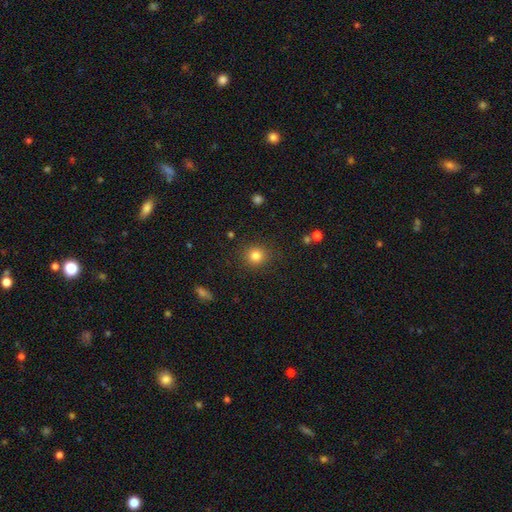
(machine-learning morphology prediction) Q: Smooth or featured?
A: smooth (82%); runner-up: star or artifact (12%)
Q: How rounded?
A: round (90%); runner-up: in between (9%)
Q: Merging?
A: none (88%); runner-up: minor disturbance (7%)